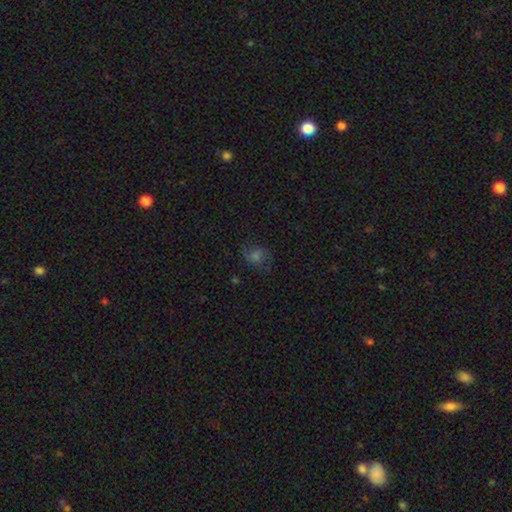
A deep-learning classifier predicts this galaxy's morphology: The model was most divided on "smooth or featured": smooth: 42%, featured or disk: 32%, star or artifact: 26%. More confident: merging — none (69%).